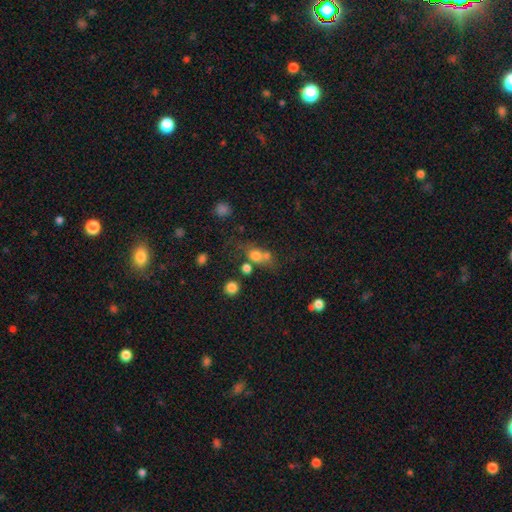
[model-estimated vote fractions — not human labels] A smooth galaxy with no disk features (70%) that is round (59%).

Vote fractions:
- Smooth or featured? smooth: 70% / star or artifact: 15% / featured or disk: 15%
- How rounded? round: 59% / in between: 38% / cigar-shaped: 4%
- Merging? merger: 40% / none: 37% / minor disturbance: 13% / major disturbance: 10%